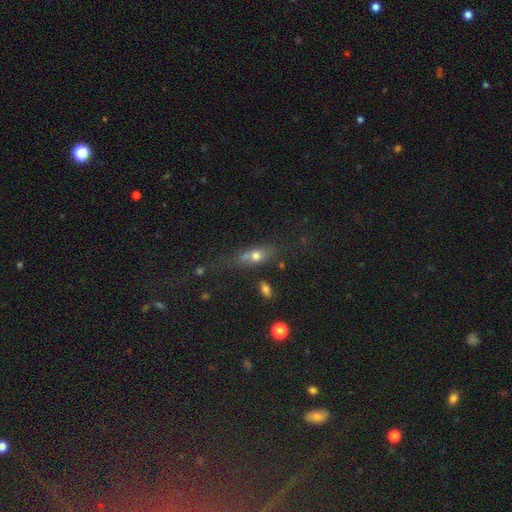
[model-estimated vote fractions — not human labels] smooth 63%, featured or disk 23%, star or artifact 13%. Down the decision tree: how rounded — in between (59%); merging — none (47%).